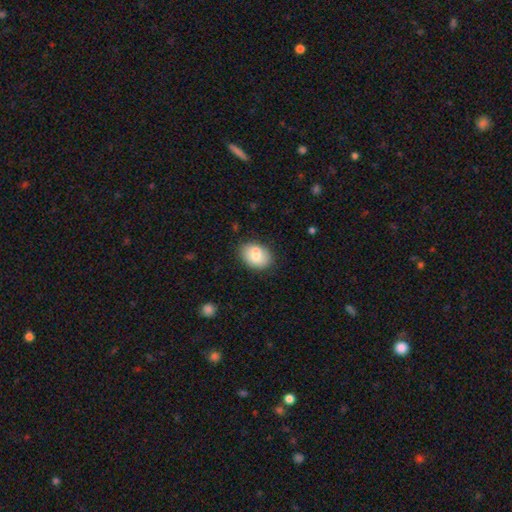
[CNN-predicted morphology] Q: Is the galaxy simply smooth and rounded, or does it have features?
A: smooth — 74%.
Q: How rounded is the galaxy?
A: in between — 77%.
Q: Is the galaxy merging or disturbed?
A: none — 71%.